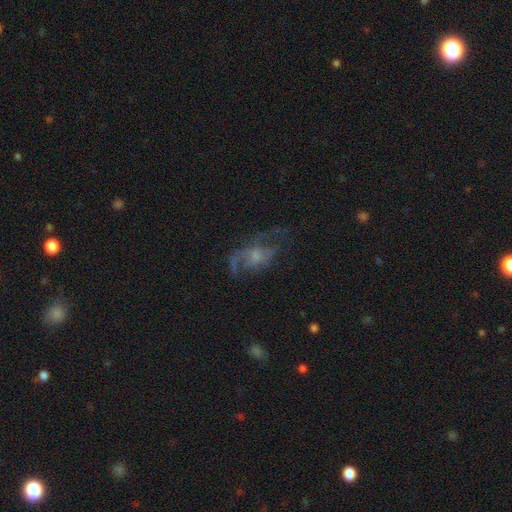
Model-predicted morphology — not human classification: type=featured or disk (65%); edge-on=no (94%); bar=no (73%); spiral arms=yes (66%); bulge=small (48%); merging=none (41%).